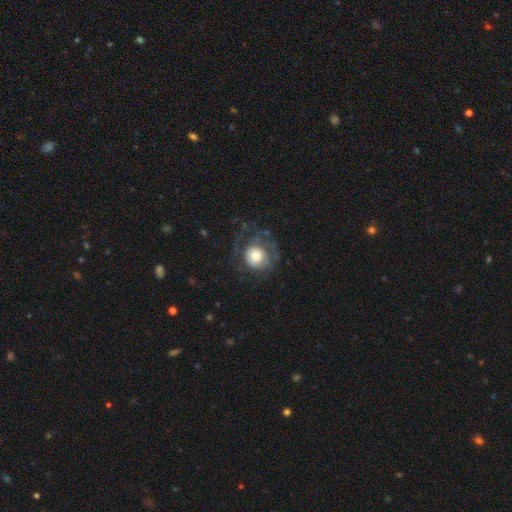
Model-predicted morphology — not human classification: smooth 48%, featured or disk 44%, star or artifact 8%. Down the decision tree: merging — none (49%).